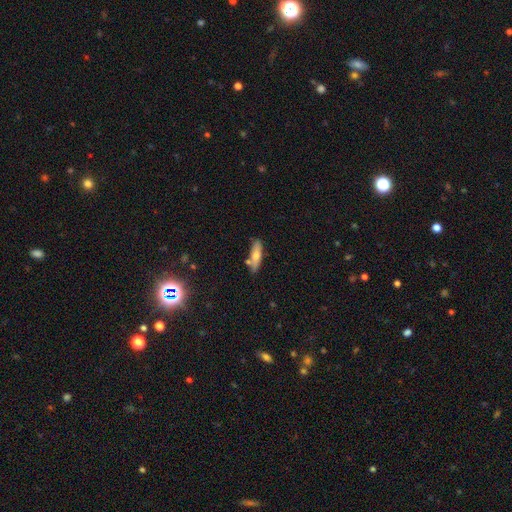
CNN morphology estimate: A smooth galaxy with no disk features (67%) that is cigar-shaped (53%).

Vote fractions:
- Smooth or featured? smooth: 67% / featured or disk: 26% / star or artifact: 7%
- How rounded? cigar-shaped: 53% / in between: 44% / round: 2%
- Merging? none: 72% / minor disturbance: 16% / merger: 9% / major disturbance: 3%